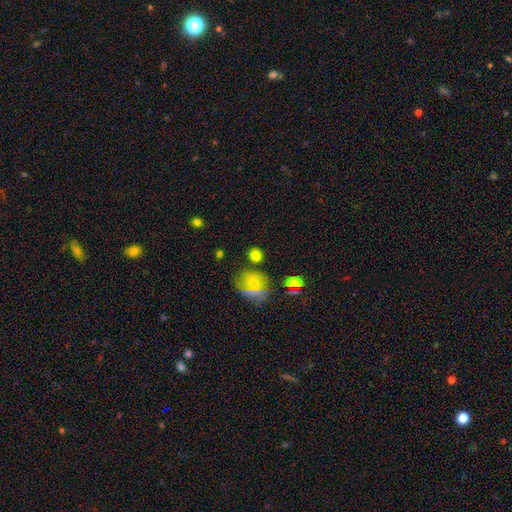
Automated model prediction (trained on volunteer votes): This appears to be a smooth galaxy with no disk features (74%) that is round (68%). Merging: none (75%).